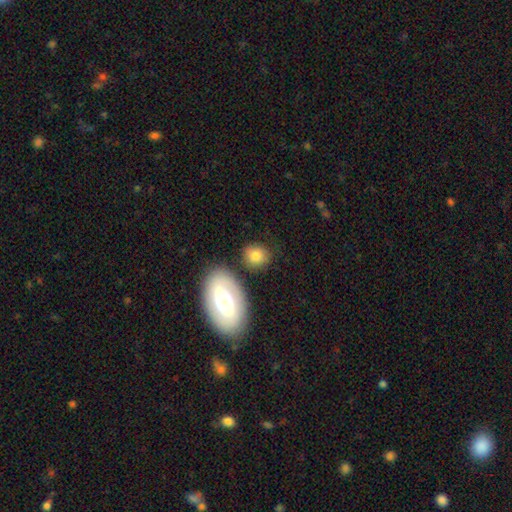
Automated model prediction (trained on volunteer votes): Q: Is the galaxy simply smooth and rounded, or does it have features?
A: smooth — 81%.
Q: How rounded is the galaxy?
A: round — 63%.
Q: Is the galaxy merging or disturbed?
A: none — 77%.